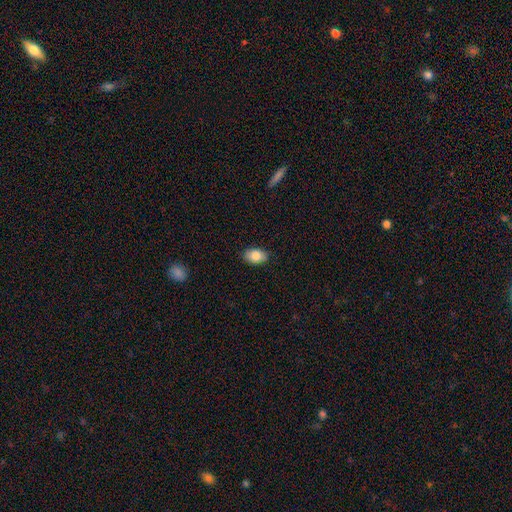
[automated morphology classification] This is clearly a smooth galaxy (83%). How rounded: clearly in between (89%). Merging: clearly none (86%).